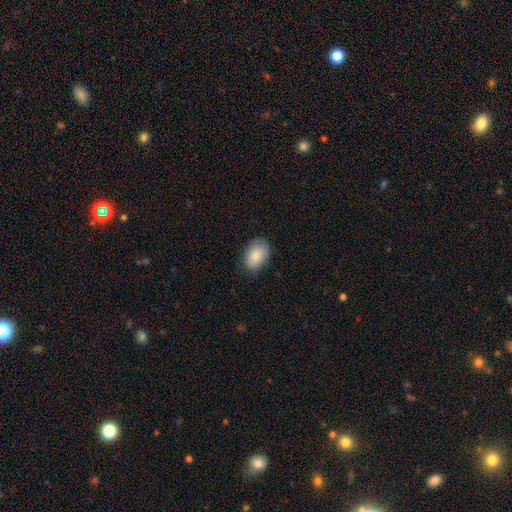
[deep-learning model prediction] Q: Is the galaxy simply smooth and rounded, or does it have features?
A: smooth — 88%.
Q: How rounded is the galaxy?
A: in between — 88%.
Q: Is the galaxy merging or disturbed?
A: none — 83%.